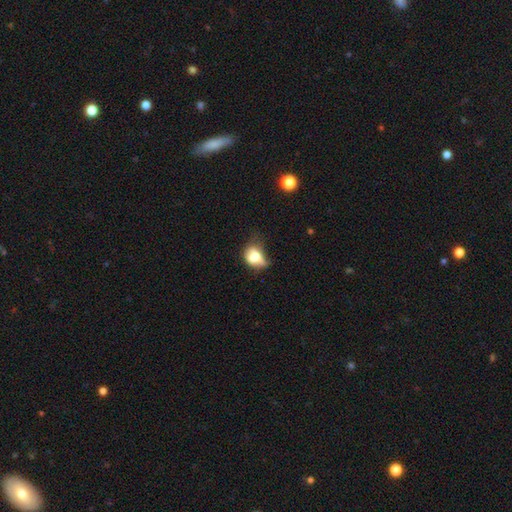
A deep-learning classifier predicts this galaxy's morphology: Smooth or featured?
  - smooth: 63% *
  - featured or disk: 26%
  - star or artifact: 11%
How rounded?
  - in between: 67% *
  - round: 31%
  - cigar-shaped: 3%
Merging?
  - minor disturbance: 32% *
  - major disturbance: 30%
  - none: 24%
  - merger: 14%